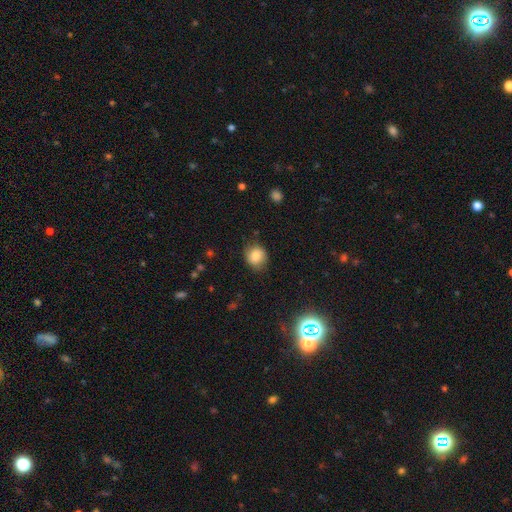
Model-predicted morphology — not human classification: type=smooth (80%); roundness=round (79%); merging=none (76%).